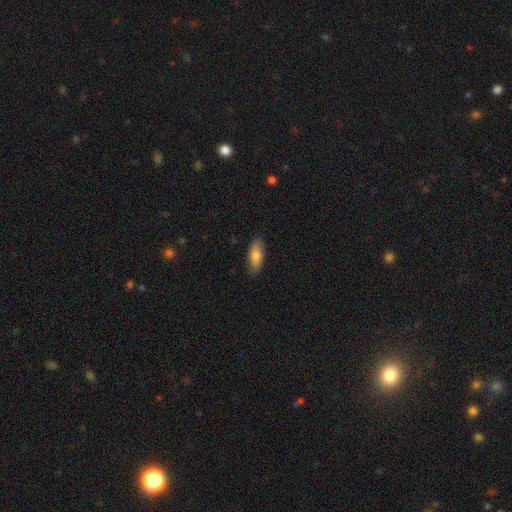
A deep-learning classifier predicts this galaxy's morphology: smooth-or-featured: smooth: 79% | featured or disk: 15% | star or artifact: 6%
  how-rounded: in between: 78% | cigar-shaped: 20% | round: 2%
  merging: none: 86% | minor disturbance: 11% | major disturbance: 2% | merger: 1%